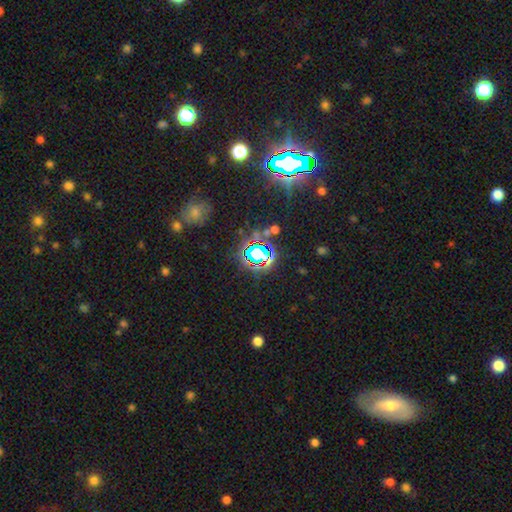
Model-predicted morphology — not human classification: smooth-or-featured: star or artifact: 75% | smooth: 16% | featured or disk: 9%